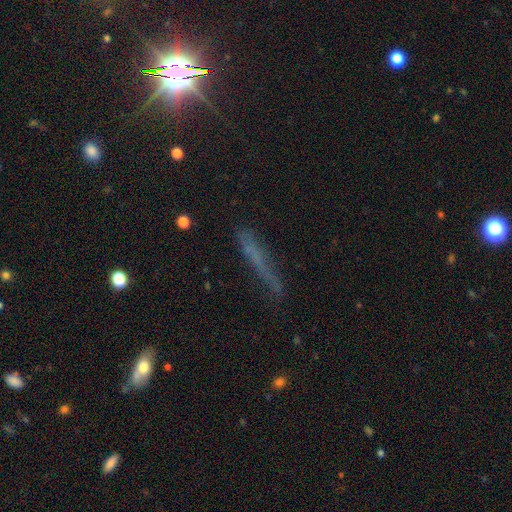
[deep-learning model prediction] Smooth or featured: smooth — 42% (featured or disk — 36%)
Merging: none — 66% (minor disturbance — 22%)